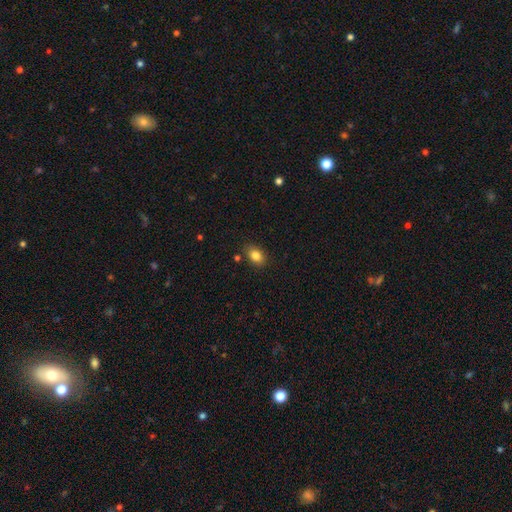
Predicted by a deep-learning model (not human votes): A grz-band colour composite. It shows a smooth galaxy with no disk features (83%) that is in between round and cigar-shaped (80%). Merging: none (83%).